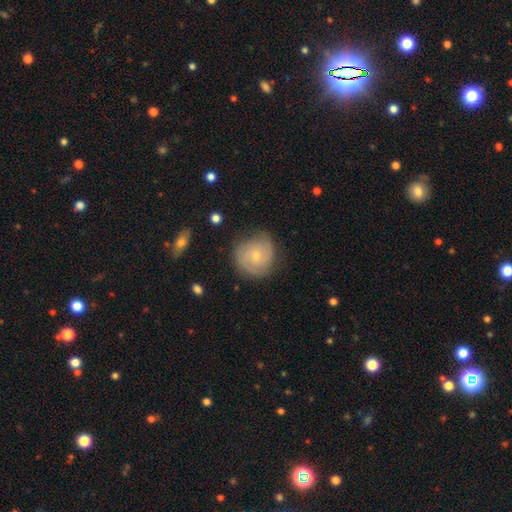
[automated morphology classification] This appears to be a featured or disk galaxy (58%) with no bar (78%), spiral arms (86%) and a small central bulge (65%). Merging: none (72%).